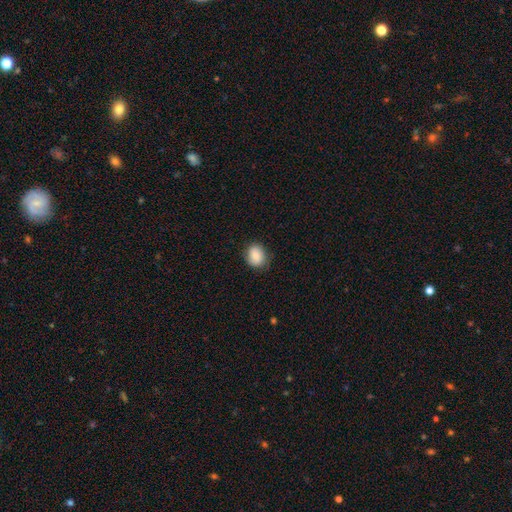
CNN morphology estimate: Overall: smooth (81%). How rounded: round (59%; in between 40%). Merging: none (78%).